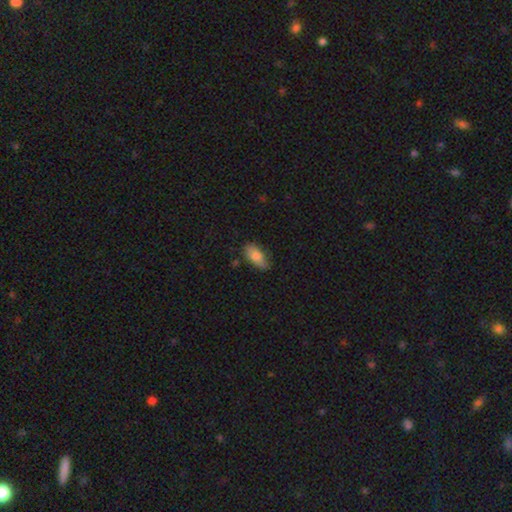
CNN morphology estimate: A smooth galaxy with no disk features (80%) that is in between round and cigar-shaped (89%).

Vote fractions:
- Smooth or featured? smooth: 80% / featured or disk: 13% / star or artifact: 7%
- How rounded? in between: 89% / cigar-shaped: 8% / round: 3%
- Merging? none: 64% / minor disturbance: 27% / major disturbance: 6% / merger: 2%